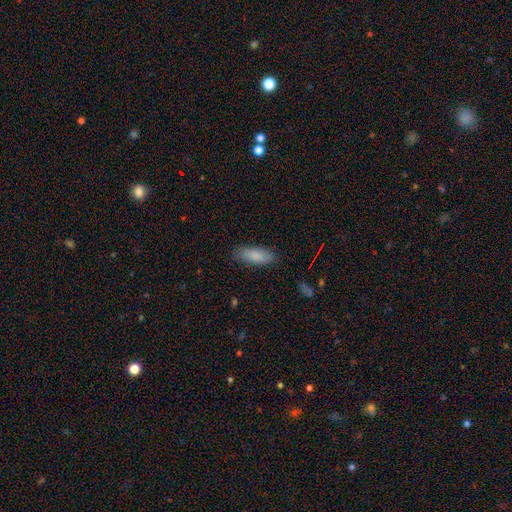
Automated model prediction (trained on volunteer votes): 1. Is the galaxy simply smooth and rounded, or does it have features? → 86% smooth, 8% featured or disk, 7% star or artifact.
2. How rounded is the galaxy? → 68% in between, 30% cigar-shaped, 2% round.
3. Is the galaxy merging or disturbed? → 84% none, 12% minor disturbance, 3% major disturbance, 1% merger.